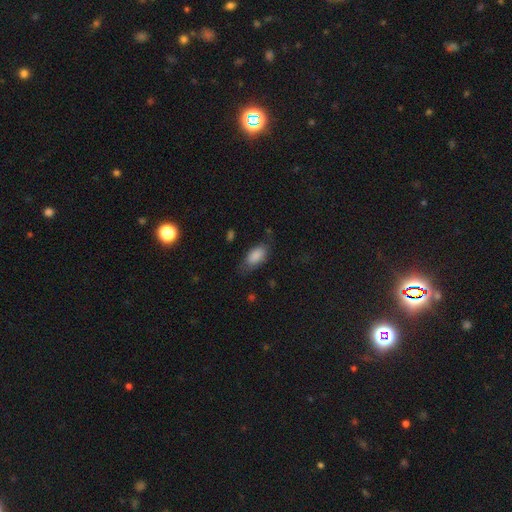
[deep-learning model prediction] Q: Smooth or featured?
A: smooth (85%); runner-up: featured or disk (8%)
Q: How rounded?
A: in between (91%); runner-up: cigar-shaped (6%)
Q: Merging?
A: none (65%); runner-up: minor disturbance (24%)